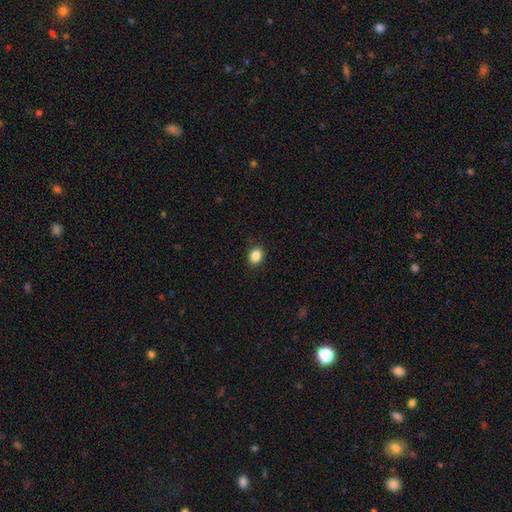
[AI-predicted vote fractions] Overall: smooth (86%). How rounded: in between (59%; round 40%). Merging: none (89%).